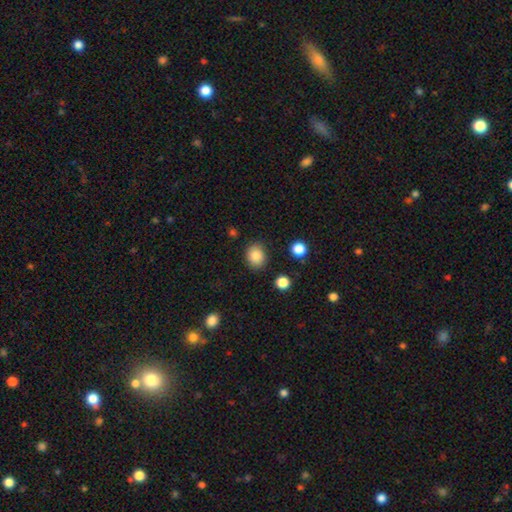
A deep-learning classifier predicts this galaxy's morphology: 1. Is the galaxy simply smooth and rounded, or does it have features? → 85% smooth, 10% star or artifact, 5% featured or disk.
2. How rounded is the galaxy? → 62% round, 37% in between, 1% cigar-shaped.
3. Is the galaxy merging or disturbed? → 85% none, 10% minor disturbance, 3% major disturbance, 2% merger.